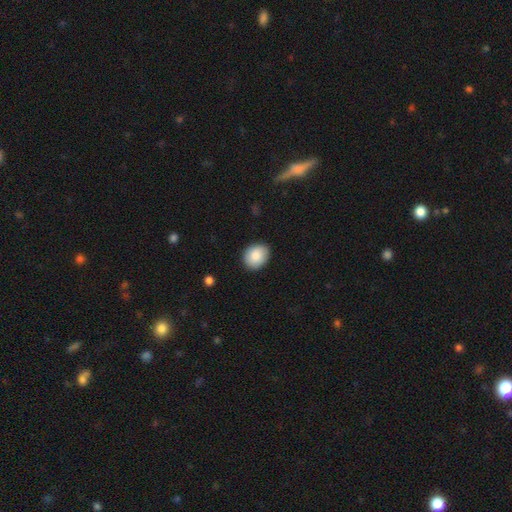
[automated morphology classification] smooth 87%, star or artifact 7%, featured or disk 7%. Down the decision tree: how rounded — round (57%); merging — none (87%).